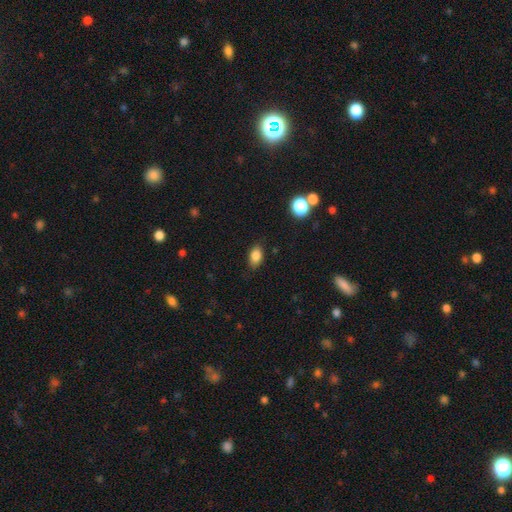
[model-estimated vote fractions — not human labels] smooth-or-featured: smooth: 84% | star or artifact: 10% | featured or disk: 6%
  how-rounded: in between: 85% | round: 13% | cigar-shaped: 2%
  merging: none: 83% | minor disturbance: 13% | major disturbance: 3% | merger: 1%